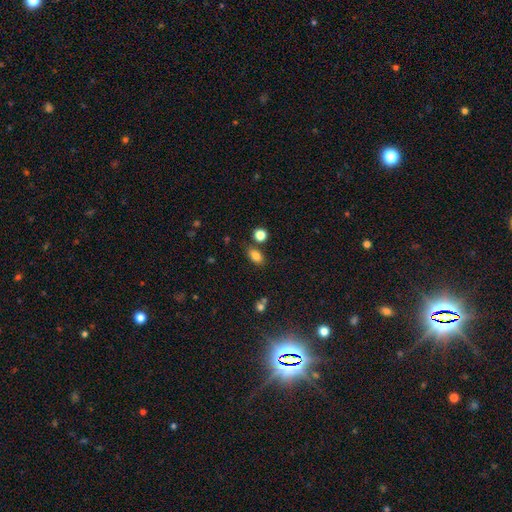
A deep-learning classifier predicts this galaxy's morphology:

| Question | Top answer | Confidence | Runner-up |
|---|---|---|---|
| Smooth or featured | smooth | 83% | star or artifact (10%) |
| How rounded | in between | 85% | round (12%) |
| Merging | none | 74% | minor disturbance (13%) |